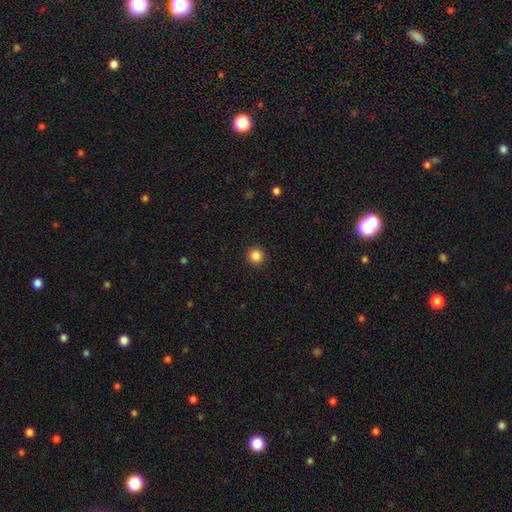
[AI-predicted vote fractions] Overall: smooth (86%). How rounded: round (95%). Merging: none (93%).